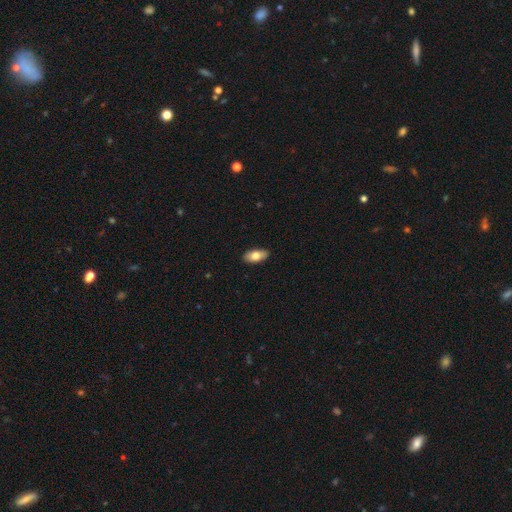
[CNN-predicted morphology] Smooth or featured?
  - smooth: 76% *
  - featured or disk: 18%
  - star or artifact: 6%
How rounded?
  - in between: 91% *
  - cigar-shaped: 5%
  - round: 4%
Merging?
  - none: 88% *
  - minor disturbance: 10%
  - major disturbance: 2%
  - merger: 1%